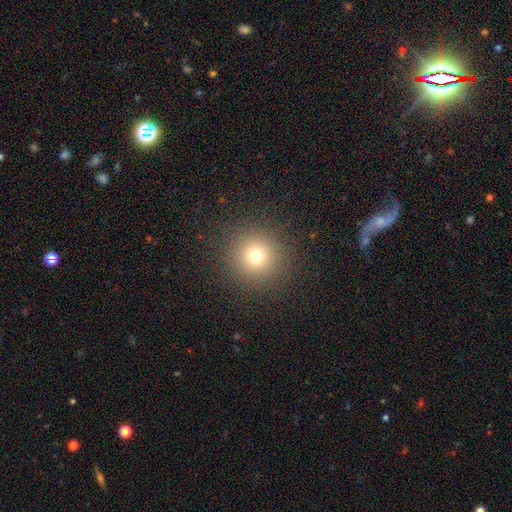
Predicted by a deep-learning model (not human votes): This is likely a smooth galaxy (73%). How rounded: clearly round (95%). Merging: clearly none (90%).